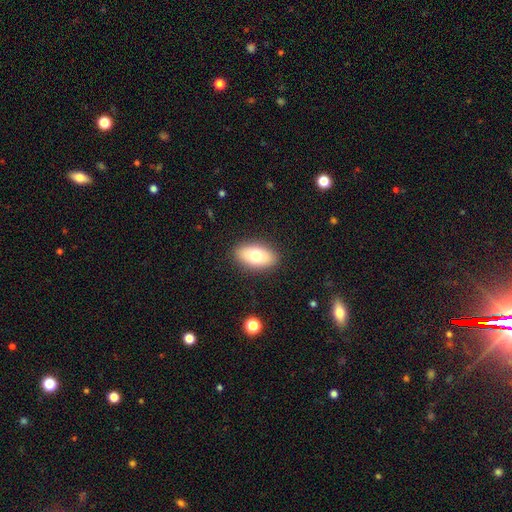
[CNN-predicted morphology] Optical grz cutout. It shows a smooth galaxy with no disk features (72%) that is in between round and cigar-shaped (90%). Merging: none (88%).